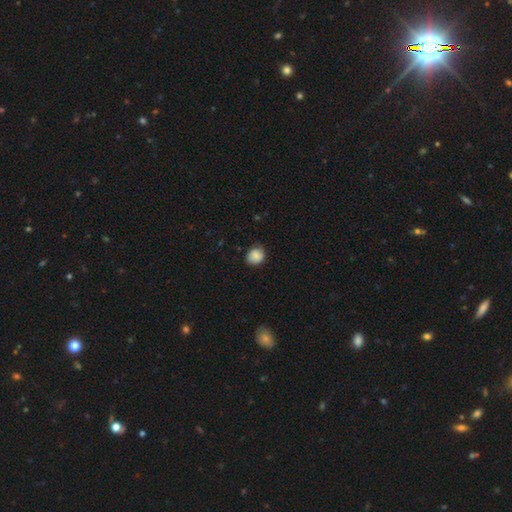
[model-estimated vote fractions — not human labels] Smooth or featured: smooth — 81% (featured or disk — 11%)
How rounded: round — 68% (in between — 31%)
Merging: none — 73% (minor disturbance — 22%)